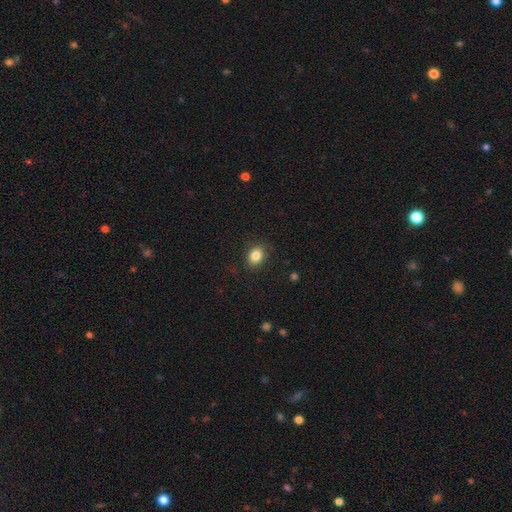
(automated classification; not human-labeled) A smooth galaxy with no disk features (84%) that is in between round and cigar-shaped (55%).

Vote fractions:
- Smooth or featured? smooth: 84% / star or artifact: 10% / featured or disk: 6%
- How rounded? in between: 55% / round: 44% / cigar-shaped: 1%
- Merging? none: 86% / minor disturbance: 10% / major disturbance: 3% / merger: 1%